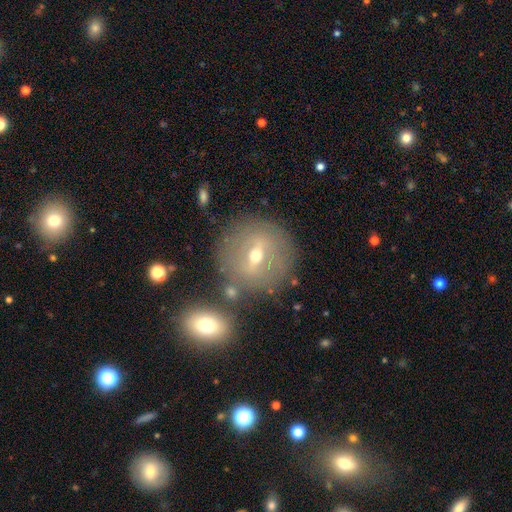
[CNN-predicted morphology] This is possibly a featured or disk galaxy (50%). Merging: likely none (79%).